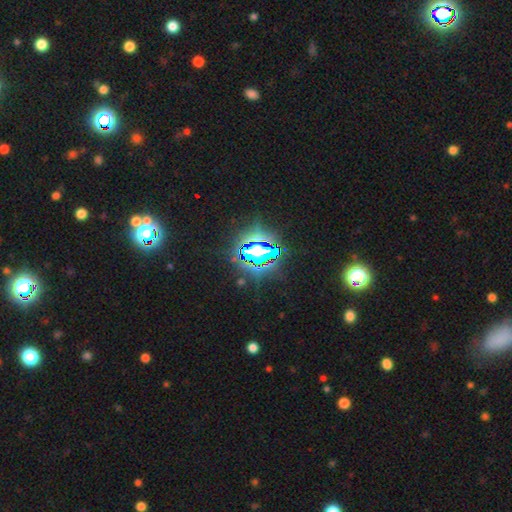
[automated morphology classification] A star or artifact, not a galaxy (78%).